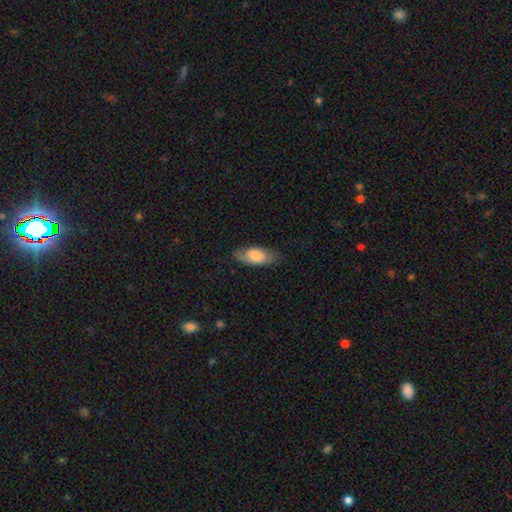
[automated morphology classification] This is likely a smooth galaxy (72%). How rounded: clearly in between (85%). Merging: likely none (72%).